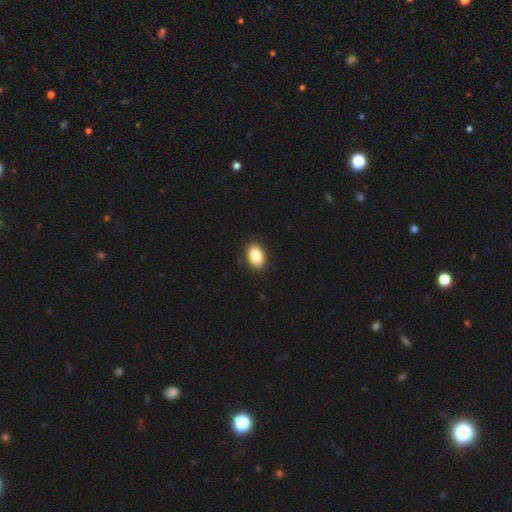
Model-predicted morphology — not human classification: Smooth or featured: smooth — 89% (star or artifact — 7%)
How rounded: in between — 91% (round — 8%)
Merging: none — 90% (minor disturbance — 7%)